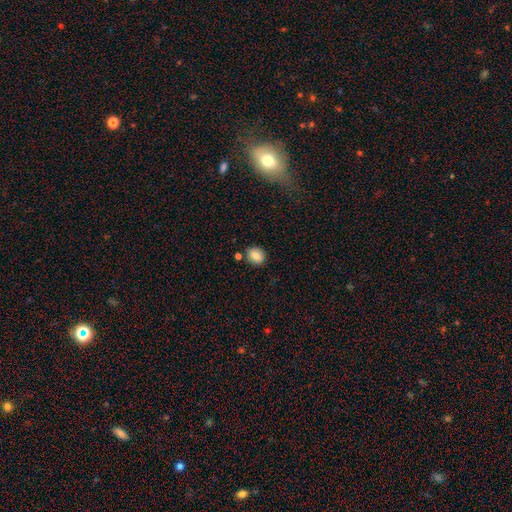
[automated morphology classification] A smooth galaxy with no disk features (81%) that is round (65%). Merging: none (81%).